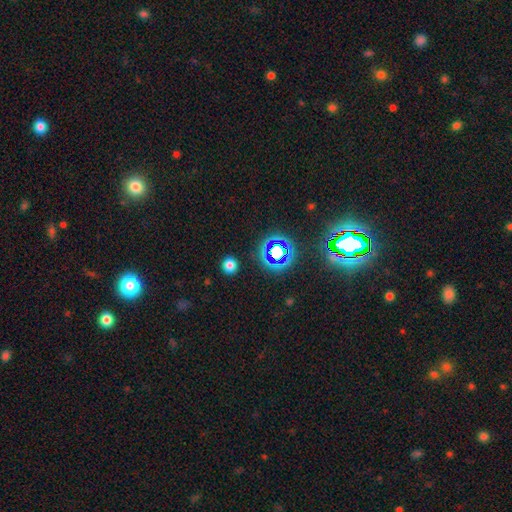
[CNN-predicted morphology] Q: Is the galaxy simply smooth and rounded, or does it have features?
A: star or artifact — 73%.